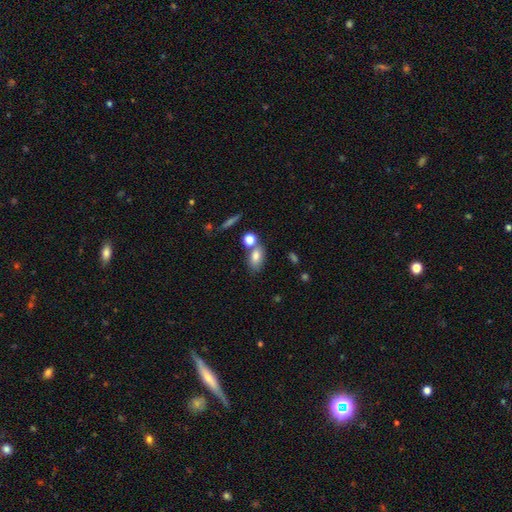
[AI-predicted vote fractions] This appears to be a smooth galaxy with no disk features (78%) that is in between round and cigar-shaped (83%). Merging: none (55%).